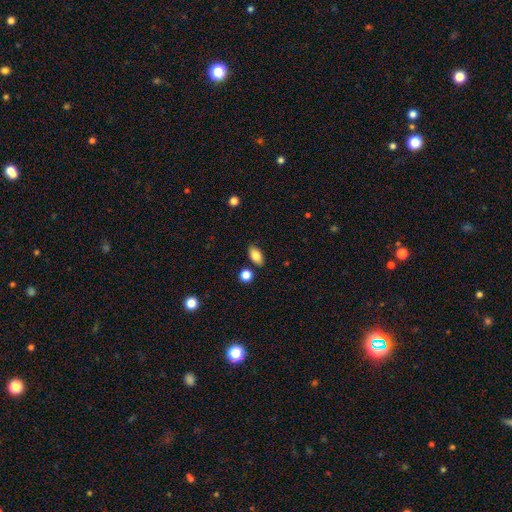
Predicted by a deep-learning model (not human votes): Morphology: type=smooth (82%); roundness=in between (89%); merging=none (83%).